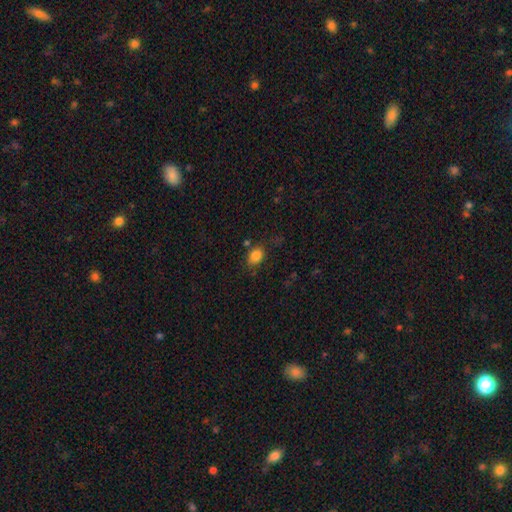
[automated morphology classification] Overall: smooth (84%). How rounded: in between (67%; round 32%). Merging: none (74%).